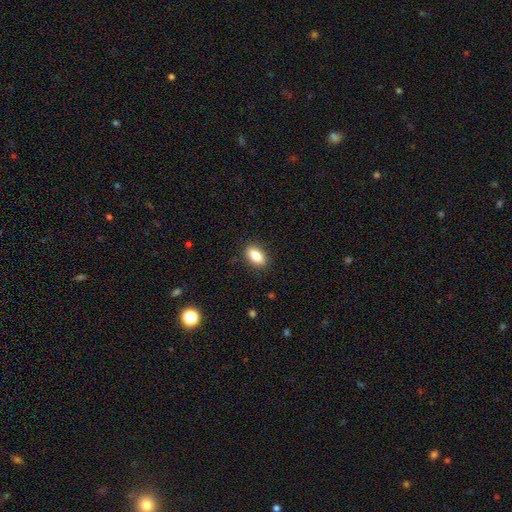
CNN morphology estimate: smooth_or_featured: smooth (p=0.83) [alt: featured or disk p=0.09]
how_rounded: in between (p=0.88) [alt: cigar-shaped p=0.06]
merging: none (p=0.88) [alt: minor disturbance p=0.09]